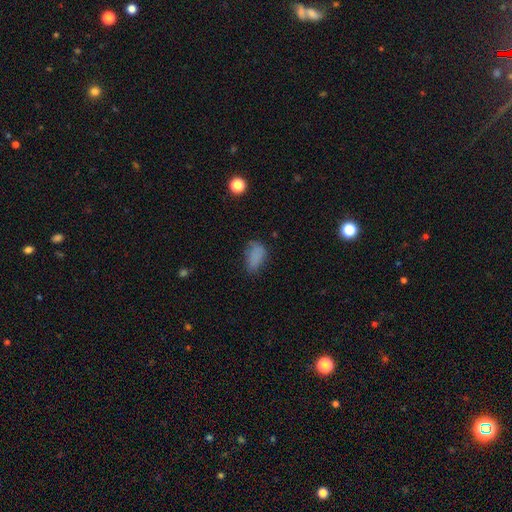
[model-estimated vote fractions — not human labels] This is likely a smooth galaxy (79%). How rounded: clearly in between (88%). Merging: possibly none (52%).